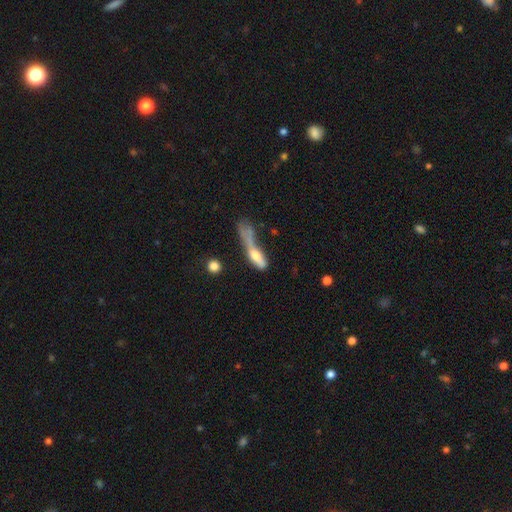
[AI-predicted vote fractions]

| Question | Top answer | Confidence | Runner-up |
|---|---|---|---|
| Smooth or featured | smooth | 61% | featured or disk (30%) |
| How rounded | cigar-shaped | 53% | in between (42%) |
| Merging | major disturbance | 45% | merger (25%) |